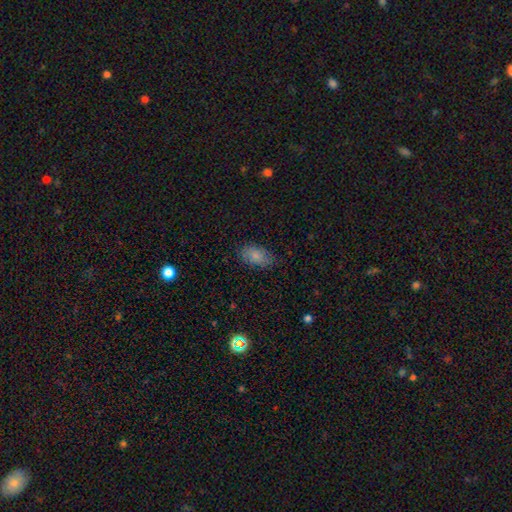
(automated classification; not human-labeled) Smooth or featured? Predicted: smooth (p=0.84). How rounded? Predicted: in between (p=0.91). Merging? Predicted: none (p=0.80).